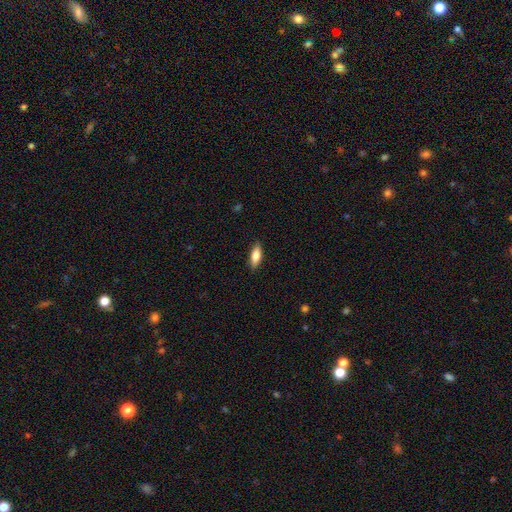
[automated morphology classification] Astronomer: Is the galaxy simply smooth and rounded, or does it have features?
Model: smooth — 74%.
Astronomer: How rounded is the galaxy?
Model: in between — 64%.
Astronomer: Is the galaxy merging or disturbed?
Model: none — 87%.